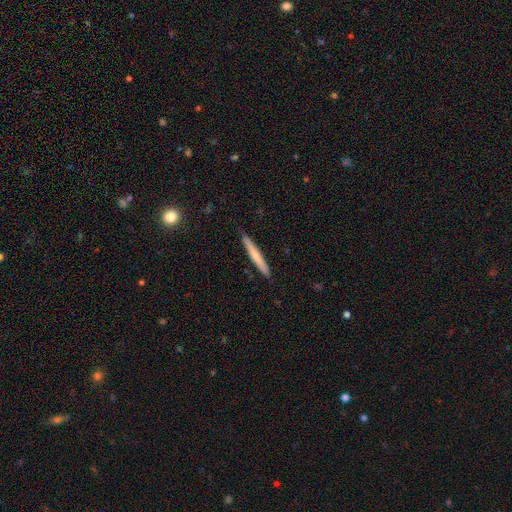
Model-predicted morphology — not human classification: Q: Smooth or featured?
A: smooth (62%); runner-up: featured or disk (33%)
Q: How rounded?
A: cigar-shaped (96%); runner-up: in between (3%)
Q: Merging?
A: none (90%); runner-up: minor disturbance (8%)